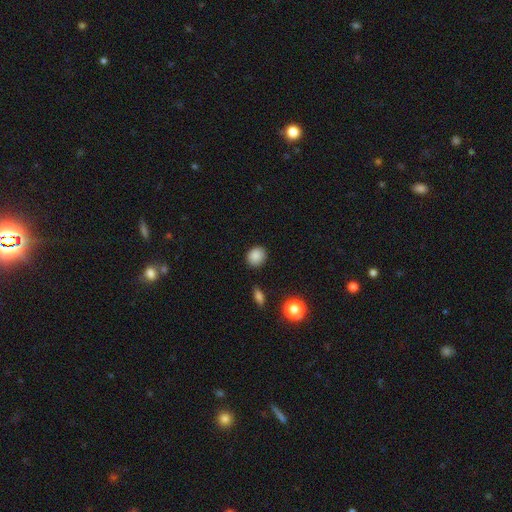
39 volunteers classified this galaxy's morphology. Volunteers were most divided on "merging": none: 81%, minor disturbance: 16%, major disturbance: 3%, merger: 0%. More confident: smooth or featured — smooth (90%); how rounded — round (83%).